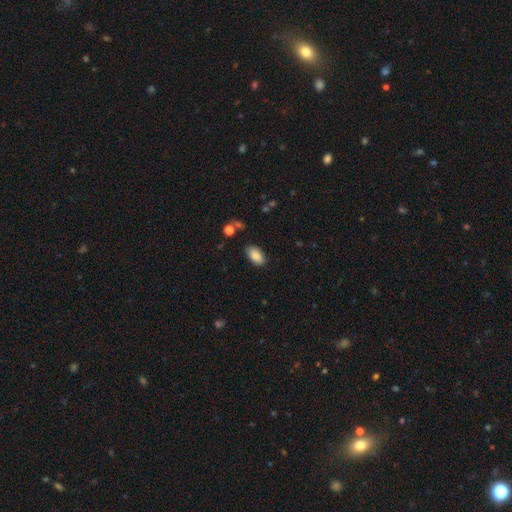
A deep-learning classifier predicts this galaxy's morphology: This appears to be a smooth galaxy with no disk features (86%) that is in between round and cigar-shaped (93%). Merging: none (84%).